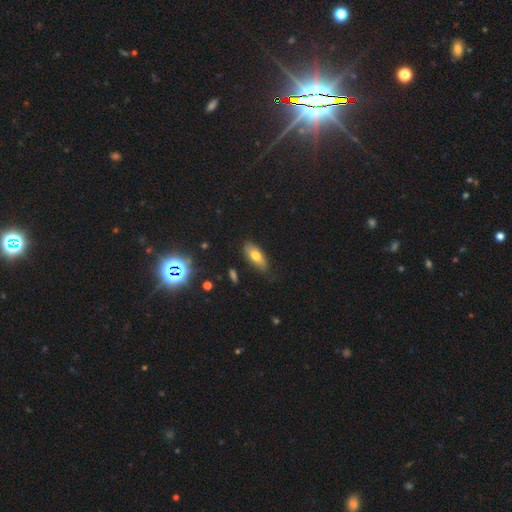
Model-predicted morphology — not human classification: This is likely a smooth galaxy (71%). How rounded: clearly in between (82%). Merging: likely none (72%).